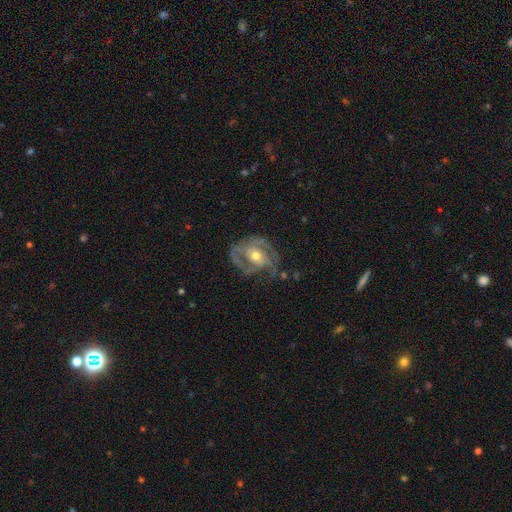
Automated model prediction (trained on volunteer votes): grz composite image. It shows a featured or disk galaxy (86%) with no bar (54%), 2 (44%) tight (45%) spiral arms (93%) and a moderate central bulge (69%). Merging: none (61%).